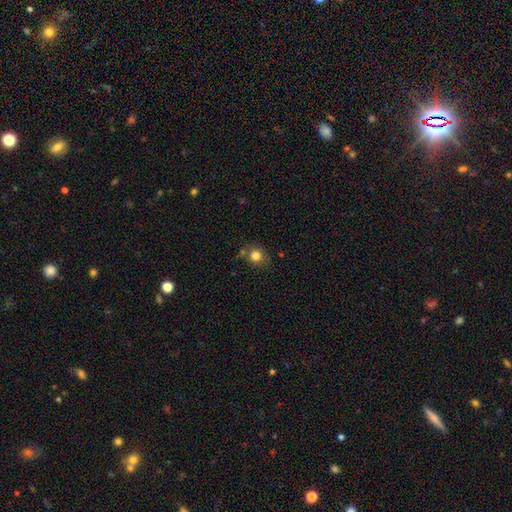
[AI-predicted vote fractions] smooth-or-featured: smooth: 81% | star or artifact: 12% | featured or disk: 7%
  how-rounded: round: 85% | in between: 14% | cigar-shaped: 1%
  merging: none: 69% | minor disturbance: 15% | merger: 11% | major disturbance: 5%